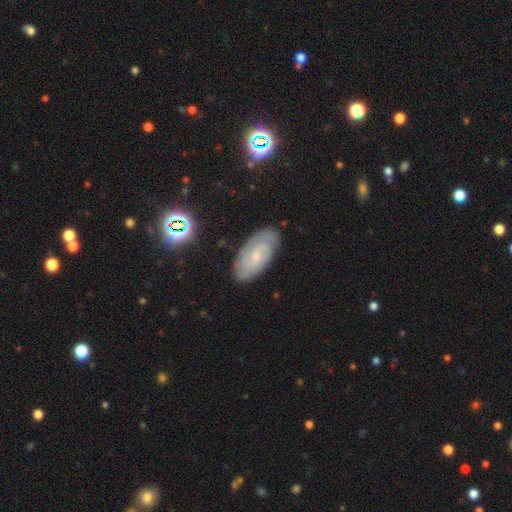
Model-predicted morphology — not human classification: smooth_or_featured: featured or disk (p=0.69) [alt: smooth p=0.22]
disk_edge_on: no (p=0.94) [alt: yes p=0.06]
bar: no (p=0.54) [alt: weak p=0.40]
has_spiral_arms: yes (p=0.92) [alt: no p=0.08]
spiral_winding: tight (p=0.60) [alt: medium p=0.31]
spiral_arm_count: 2 (p=0.51) [alt: can't tell p=0.32]
bulge_size: small (p=0.68) [alt: moderate p=0.18]
merging: none (p=0.80) [alt: minor disturbance p=0.15]